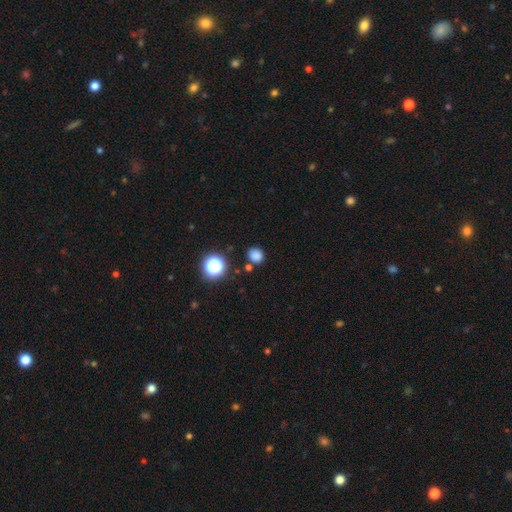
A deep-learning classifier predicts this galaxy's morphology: Smooth or featured? Predicted: smooth (p=0.79). How rounded? Predicted: round (p=0.75). Merging? Predicted: none (p=0.80).